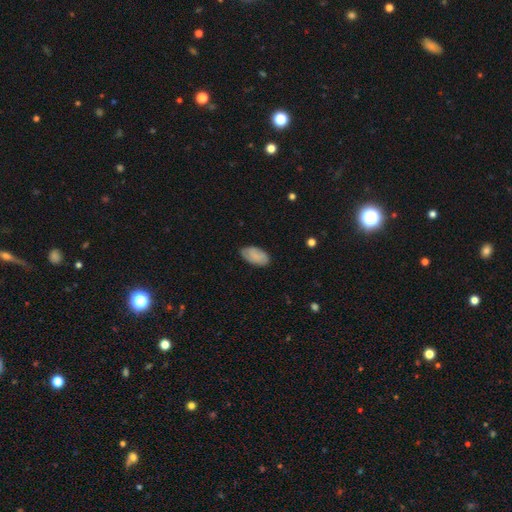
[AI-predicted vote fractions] Q: Smooth or featured?
A: smooth (79%); runner-up: featured or disk (14%)
Q: How rounded?
A: in between (95%); runner-up: round (3%)
Q: Merging?
A: none (80%); runner-up: minor disturbance (16%)